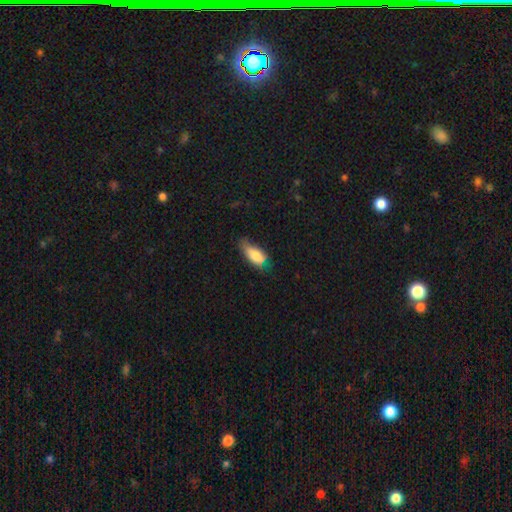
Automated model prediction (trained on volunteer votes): smooth_or_featured: smooth (p=0.77) [alt: featured or disk p=0.15]
how_rounded: in between (p=0.83) [alt: cigar-shaped p=0.14]
merging: none (p=0.42) [alt: minor disturbance p=0.41]